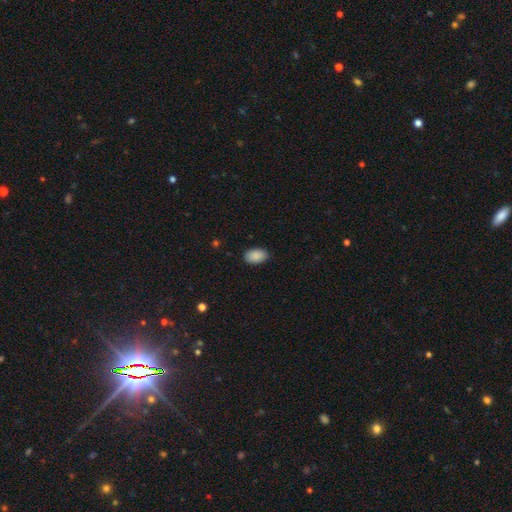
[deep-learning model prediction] smooth_or_featured: smooth (p=0.90) [alt: star or artifact p=0.07]
how_rounded: in between (p=0.92) [alt: round p=0.07]
merging: none (p=0.88) [alt: minor disturbance p=0.09]